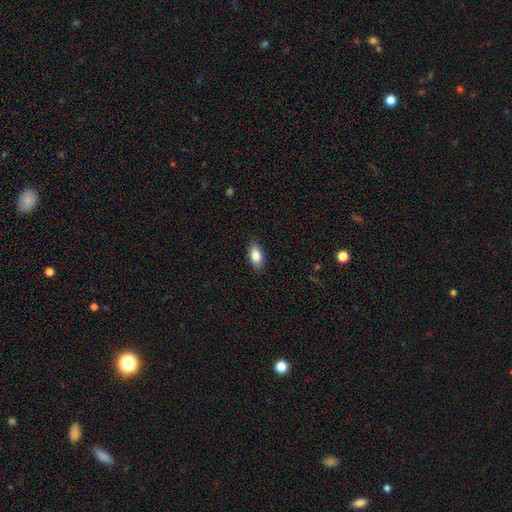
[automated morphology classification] A smooth galaxy with no disk features (85%) that is in between round and cigar-shaped (91%). Merging: none (87%).